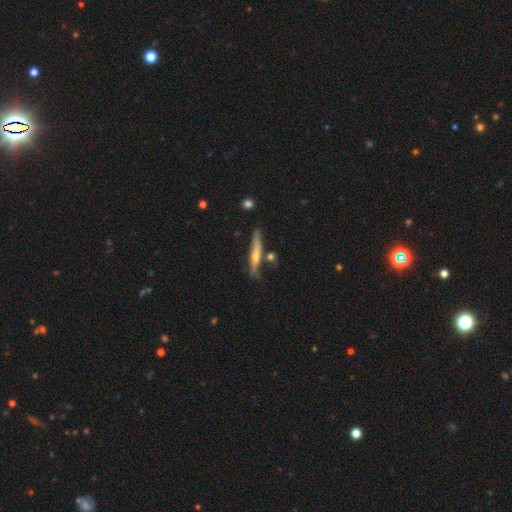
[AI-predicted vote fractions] featured or disk 60%, smooth 33%, star or artifact 6%. Down the decision tree: edge-on disk — yes (94%); edge-on bulge — rounded (78%); merging — none (71%).